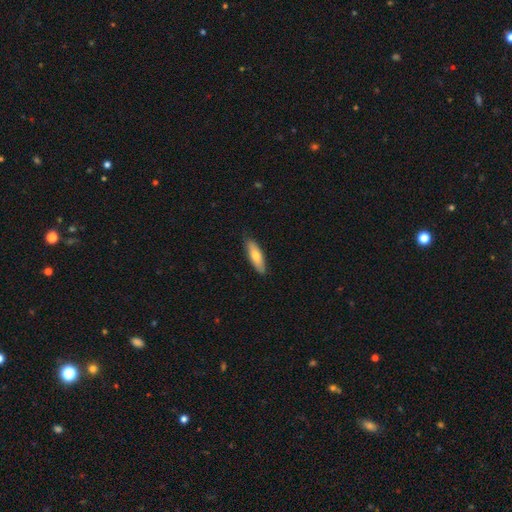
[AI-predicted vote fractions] Morphology: type=smooth (71%); roundness=cigar-shaped (53%); merging=none (85%).